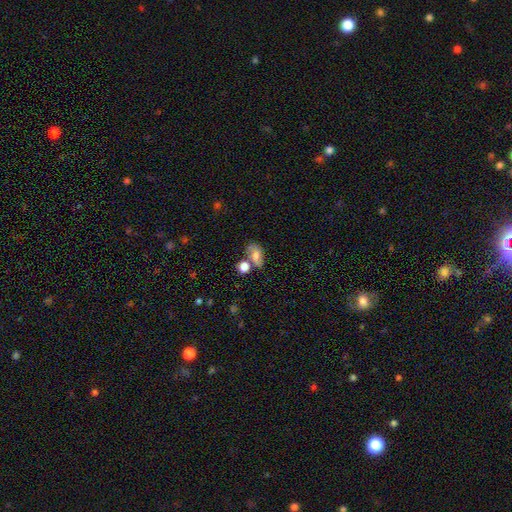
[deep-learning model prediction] Morphology: type=smooth (58%); roundness=in between (81%); merging=none (42%).